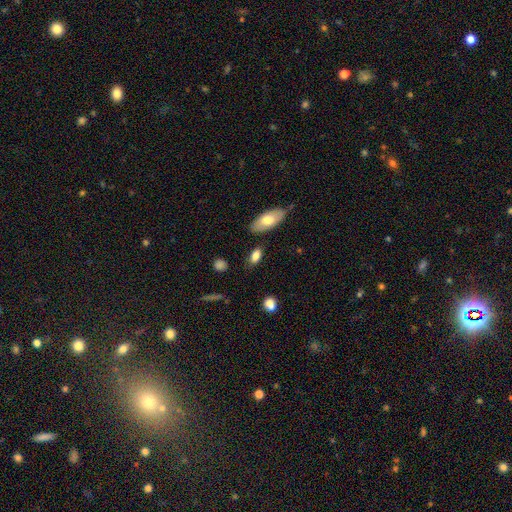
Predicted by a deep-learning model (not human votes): A smooth galaxy with no disk features (80%) that is in between round and cigar-shaped (84%). Merging: none (78%).